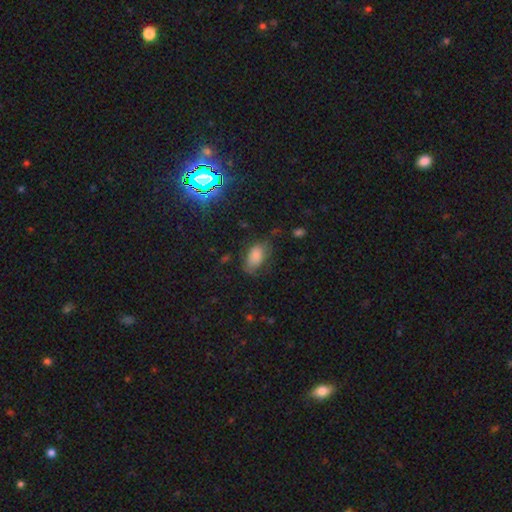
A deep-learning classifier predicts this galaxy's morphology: Q: Smooth or featured?
A: smooth (76%); runner-up: featured or disk (12%)
Q: How rounded?
A: in between (92%); runner-up: round (6%)
Q: Merging?
A: none (56%); runner-up: minor disturbance (28%)